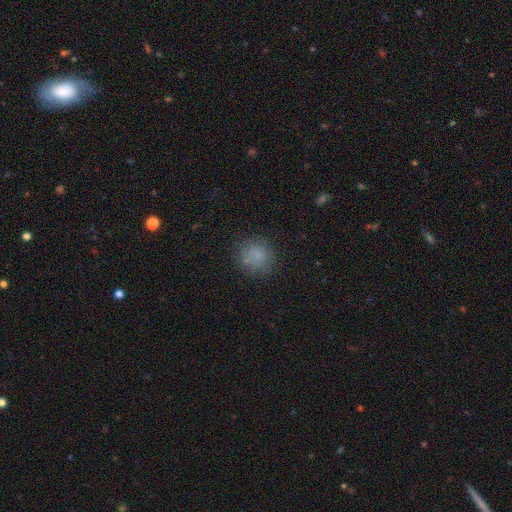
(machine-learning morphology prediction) A smooth galaxy with no disk features (78%) that is round (88%).

Vote fractions:
- Smooth or featured? smooth: 78% / star or artifact: 13% / featured or disk: 10%
- How rounded? round: 88% / in between: 11% / cigar-shaped: 1%
- Merging? none: 76% / minor disturbance: 14% / major disturbance: 5% / merger: 5%